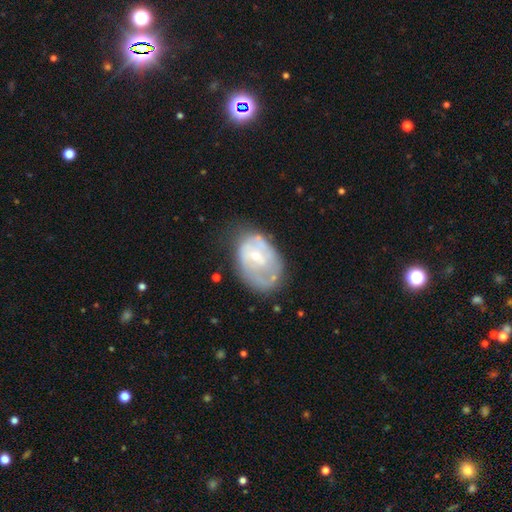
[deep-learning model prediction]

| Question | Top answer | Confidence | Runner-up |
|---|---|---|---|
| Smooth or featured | featured or disk | 62% | smooth (30%) |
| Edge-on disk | no | 96% | yes (4%) |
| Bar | no | 60% | weak (33%) |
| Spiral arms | yes | 56% | no (44%) |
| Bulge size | small | 66% | moderate (30%) |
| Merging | none | 43% | minor disturbance (32%) |